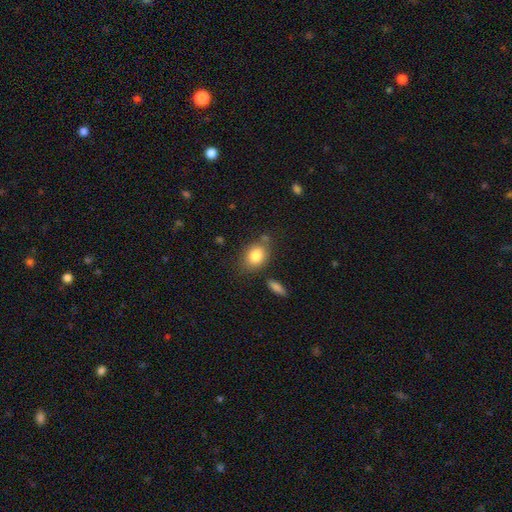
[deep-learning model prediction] smooth_or_featured: smooth (p=0.83) [alt: featured or disk p=0.09]
how_rounded: in between (p=0.66) [alt: round p=0.33]
merging: none (p=0.70) [alt: minor disturbance p=0.16]